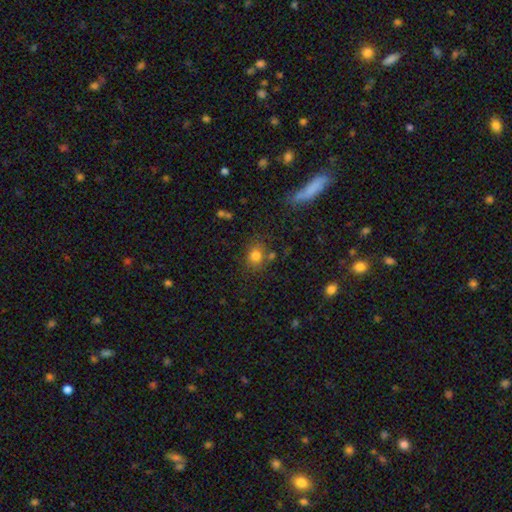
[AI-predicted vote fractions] Smooth or featured? smooth (78%)
How rounded? round (65%)
Merging? none (68%)